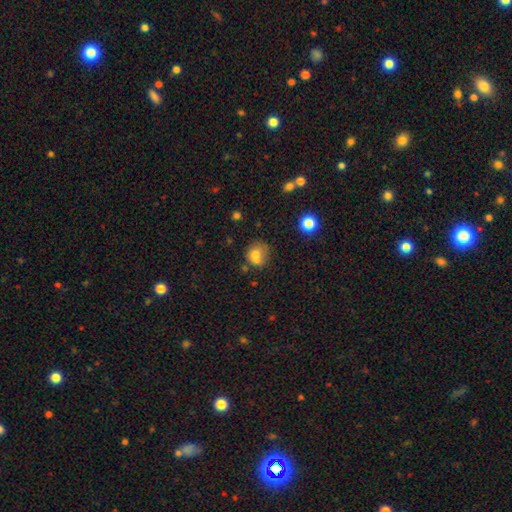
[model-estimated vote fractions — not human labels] Smooth or featured? Predicted: smooth (p=0.68). How rounded? Predicted: round (p=0.74). Merging? Predicted: none (p=0.39, tied with merger).